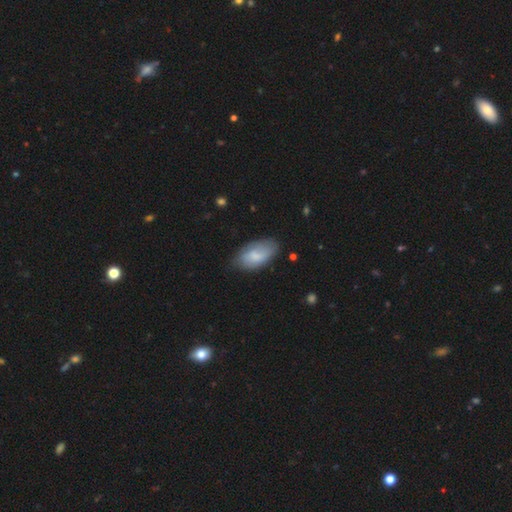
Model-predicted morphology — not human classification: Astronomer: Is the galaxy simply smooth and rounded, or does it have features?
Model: smooth — 72%.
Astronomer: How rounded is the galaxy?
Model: in between — 94%.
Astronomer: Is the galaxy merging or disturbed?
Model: none — 67%.